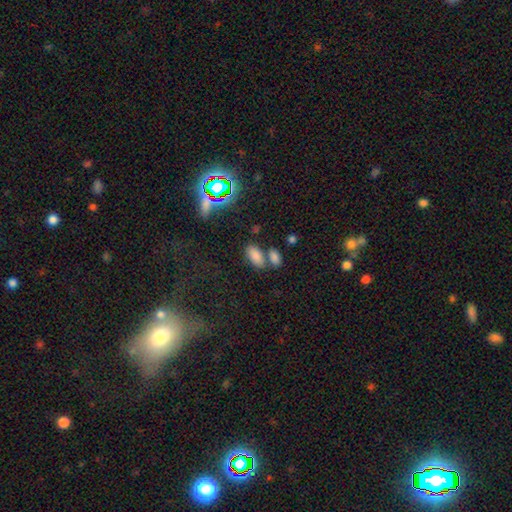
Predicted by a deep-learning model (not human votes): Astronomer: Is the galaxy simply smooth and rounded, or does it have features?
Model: smooth — 80%.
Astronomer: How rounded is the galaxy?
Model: in between — 92%.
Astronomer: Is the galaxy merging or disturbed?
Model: none — 54% (runner-up: merger, 30%).